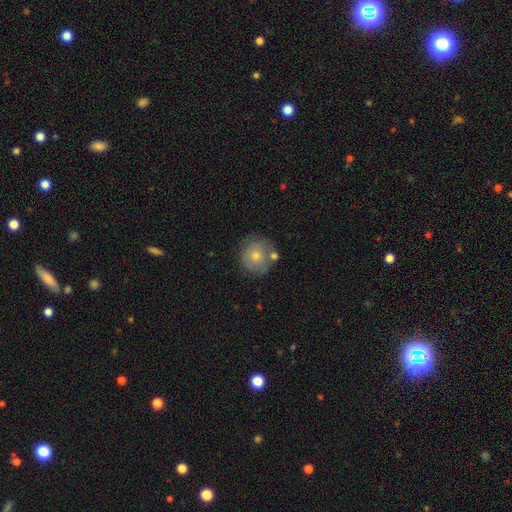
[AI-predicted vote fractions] Morphology: type=smooth (63%); roundness=round (91%); merging=none (70%).